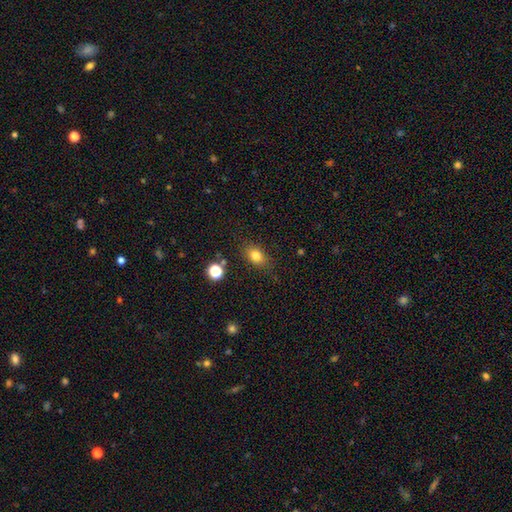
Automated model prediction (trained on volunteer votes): This is clearly a smooth galaxy (80%). How rounded: likely in between (76%). Merging: likely none (79%).